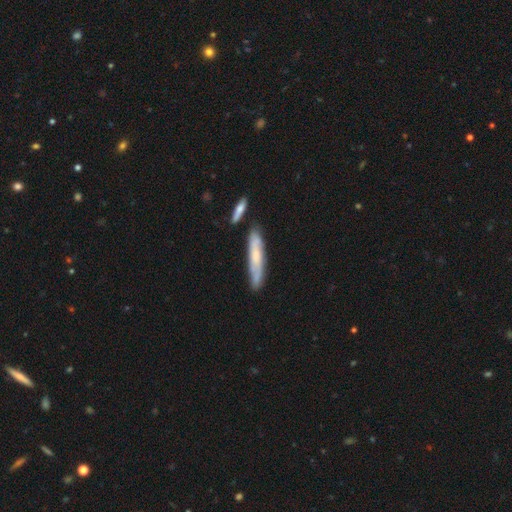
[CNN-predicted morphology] Smooth or featured? smooth (50%)
How rounded? cigar-shaped (88%)
Merging? none (72%)